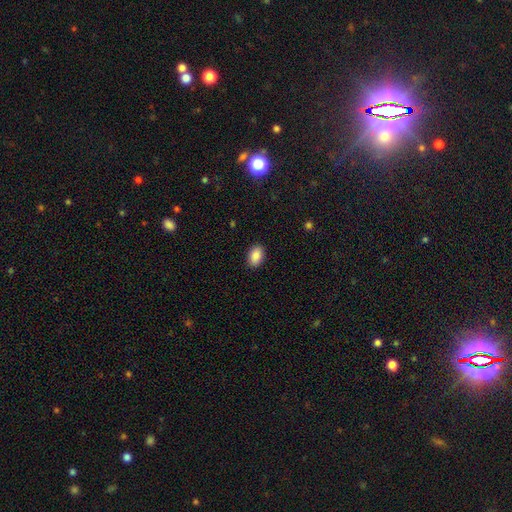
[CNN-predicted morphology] type=smooth (88%); roundness=in between (89%); merging=none (90%).